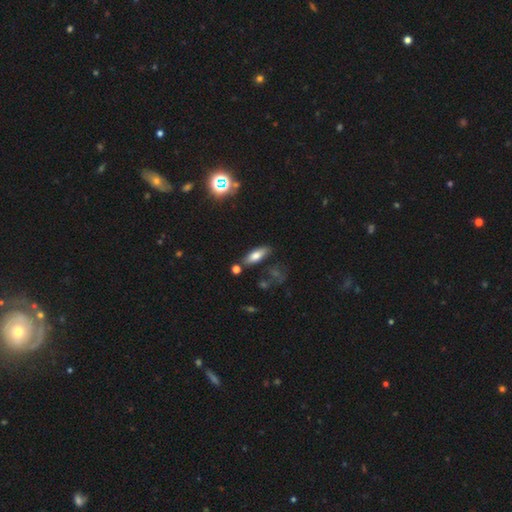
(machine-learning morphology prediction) smooth 71%, featured or disk 19%, star or artifact 10%. Down the decision tree: how rounded — in between (64%); merging — none (76%).